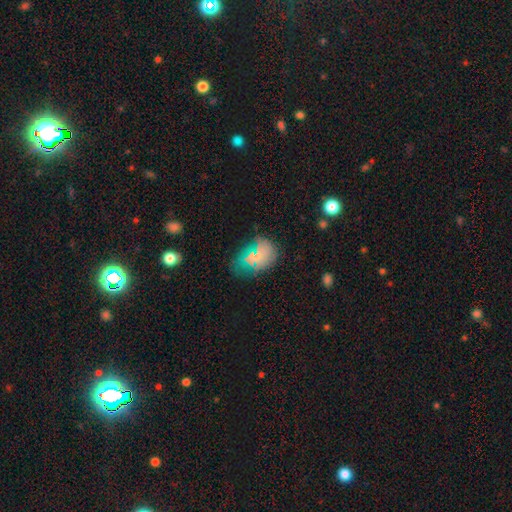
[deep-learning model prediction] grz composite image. It shows a smooth galaxy with no disk features (58%) that is in between round and cigar-shaped (71%). Merging: none (58%).